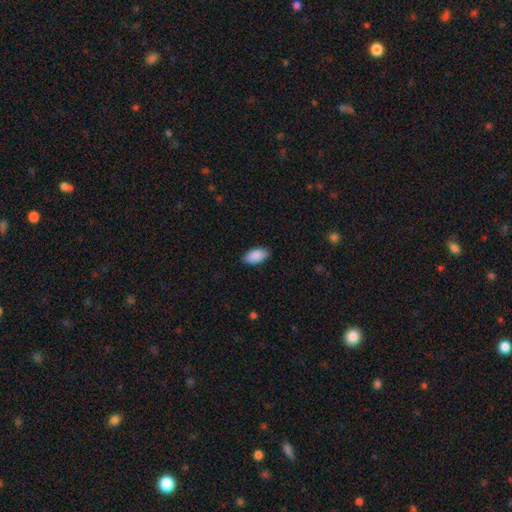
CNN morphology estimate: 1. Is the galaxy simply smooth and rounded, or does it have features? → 90% smooth, 6% star or artifact, 4% featured or disk.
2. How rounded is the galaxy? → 95% in between, 3% round, 3% cigar-shaped.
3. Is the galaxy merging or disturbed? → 86% none, 11% minor disturbance, 2% major disturbance, 1% merger.